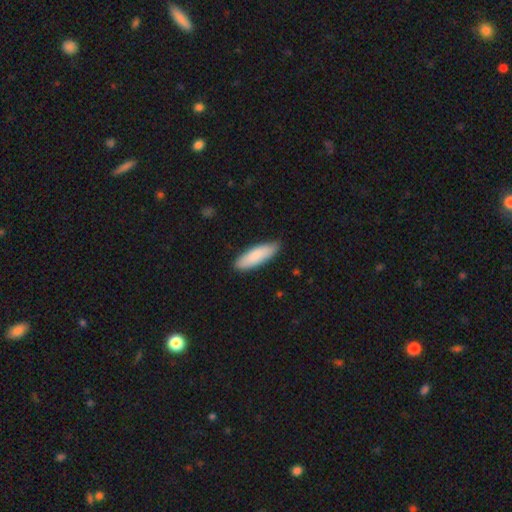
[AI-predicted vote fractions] Overall: smooth (86%). How rounded: in between (50%; cigar-shaped 49%). Merging: none (85%).